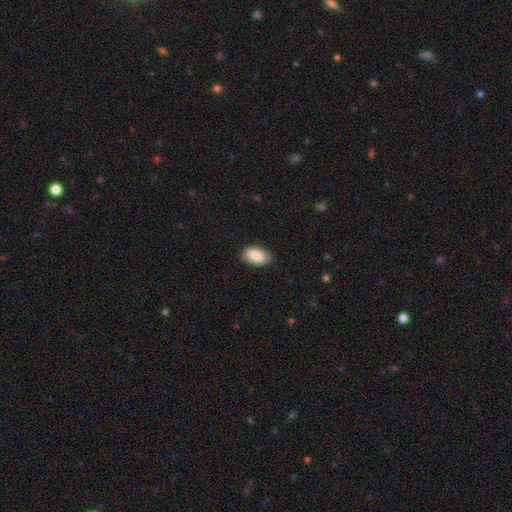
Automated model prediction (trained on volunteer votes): Q: Smooth or featured?
A: smooth (87%); runner-up: featured or disk (7%)
Q: How rounded?
A: in between (93%); runner-up: round (5%)
Q: Merging?
A: none (85%); runner-up: minor disturbance (12%)